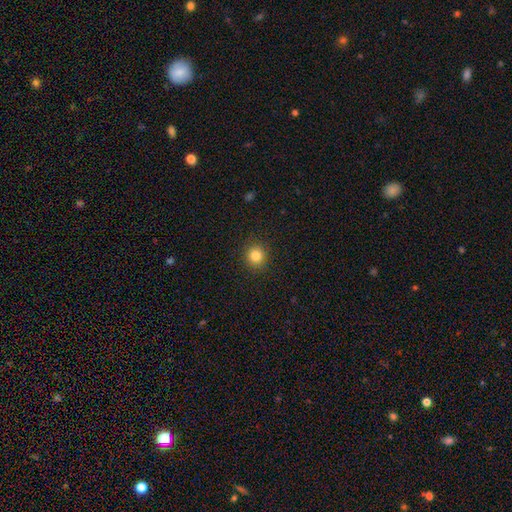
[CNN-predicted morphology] Overall: smooth (83%). How rounded: round (89%). Merging: none (91%).